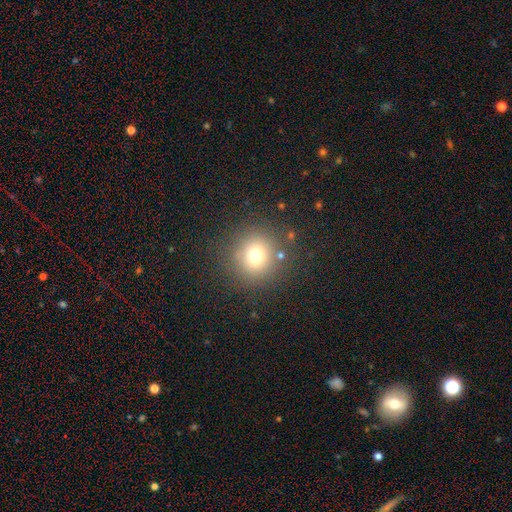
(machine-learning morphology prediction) smooth 72%, star or artifact 18%, featured or disk 11%. Down the decision tree: how rounded — round (93%); merging — none (85%).